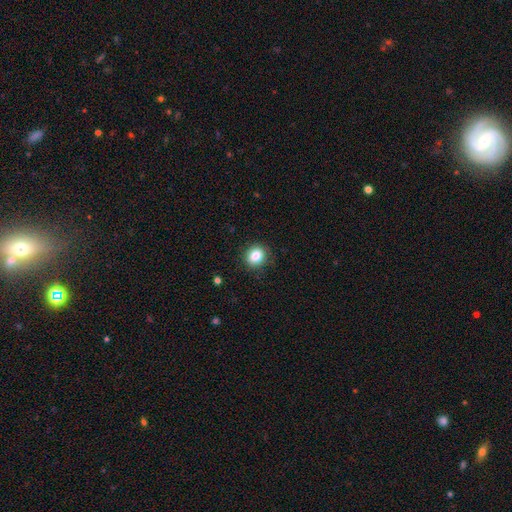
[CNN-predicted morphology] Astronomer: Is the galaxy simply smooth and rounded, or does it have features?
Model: smooth — 84%.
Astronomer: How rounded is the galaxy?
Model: round — 72%.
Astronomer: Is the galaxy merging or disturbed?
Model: none — 88%.